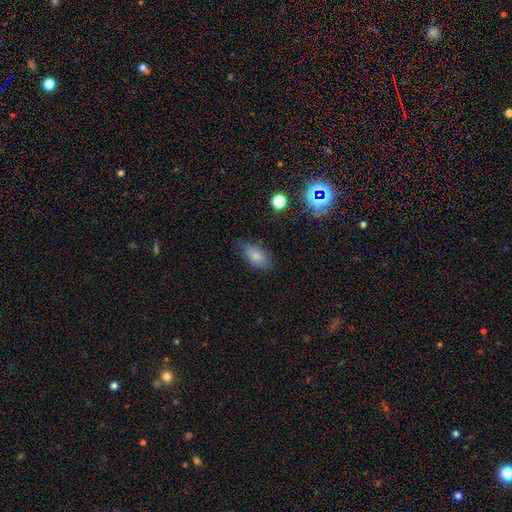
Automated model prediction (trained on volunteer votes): Smooth or featured? smooth (79%)
How rounded? in between (90%)
Merging? none (76%)